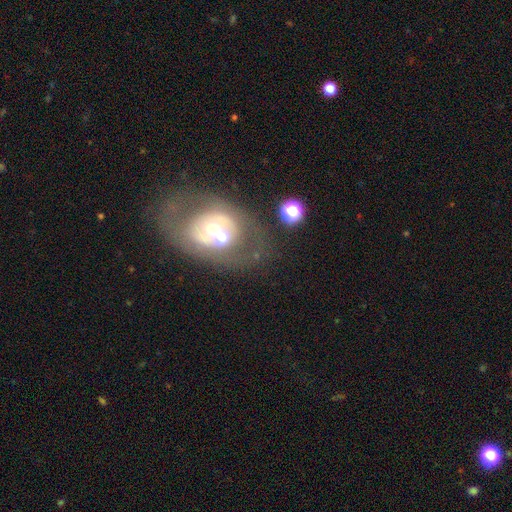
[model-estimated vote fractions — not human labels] Morphology: type=featured or disk (65%); edge-on=no (95%); bar=no (67%); spiral arms=no (59%); bulge=moderate (50%); merging=none (53%).